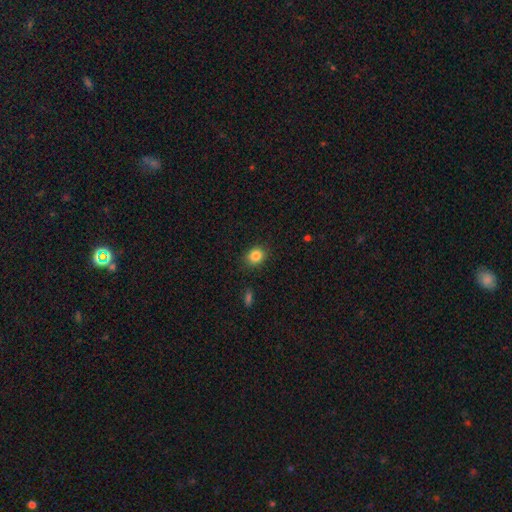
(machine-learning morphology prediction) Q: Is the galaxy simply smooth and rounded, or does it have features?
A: smooth — 85%.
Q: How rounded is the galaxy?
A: round — 63%.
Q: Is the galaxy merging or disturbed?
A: none — 86%.